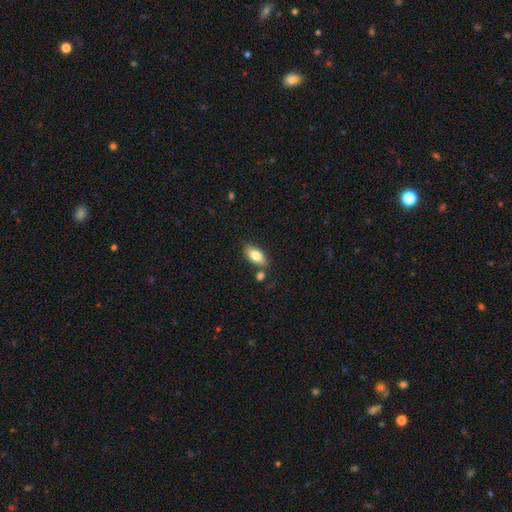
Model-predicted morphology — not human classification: This is clearly a smooth galaxy (80%). How rounded: clearly in between (90%). Merging: likely none (72%).